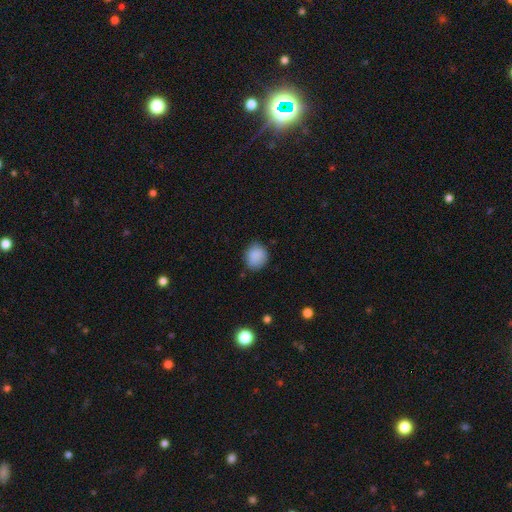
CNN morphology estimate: The model was most divided on "how rounded": round: 67%, in between: 32%, cigar-shaped: 1%. More confident: smooth or featured — smooth (87%); merging — none (75%).